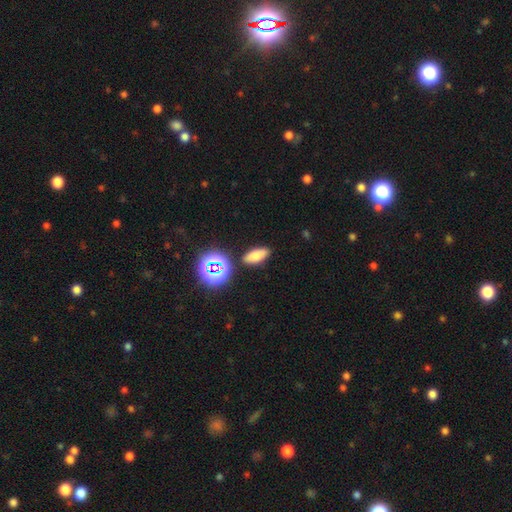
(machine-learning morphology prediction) The model was most divided on "smooth or featured": smooth: 71%, star or artifact: 18%, featured or disk: 11%. More confident: merging — none (85%); how rounded — in between (77%).